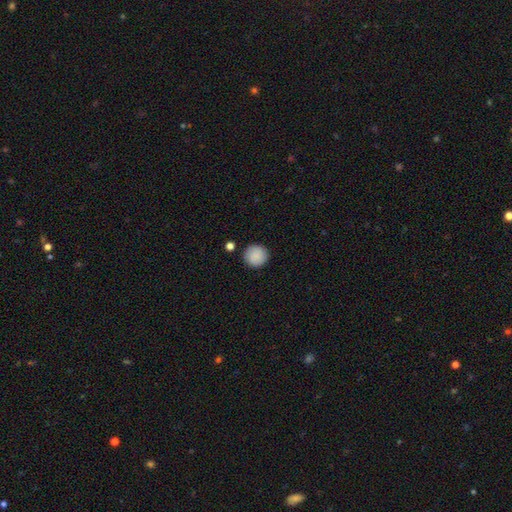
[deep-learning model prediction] This appears to be a smooth galaxy with no disk features (89%) that is round (95%). Merging: none (90%).